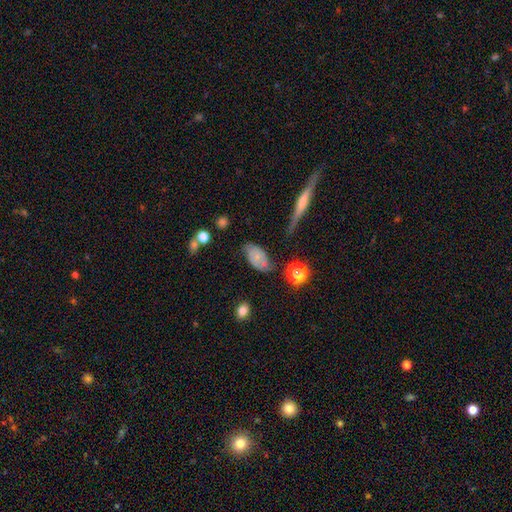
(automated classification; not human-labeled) A featured or disk galaxy (47%). Merging: none (56%).